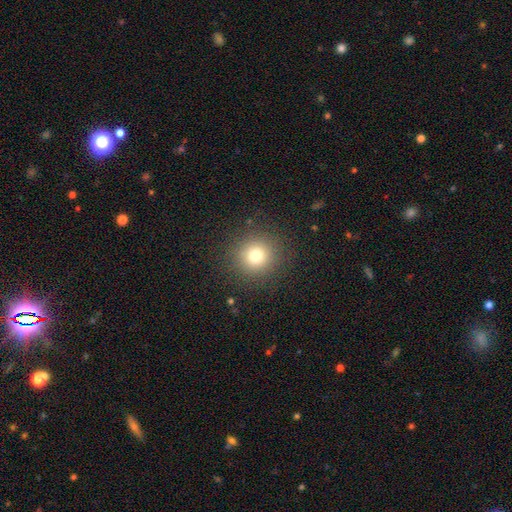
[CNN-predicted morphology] smooth_or_featured: smooth (p=0.76) [alt: star or artifact p=0.15]
how_rounded: round (p=0.94) [alt: in between p=0.05]
merging: none (p=0.90) [alt: minor disturbance p=0.06]